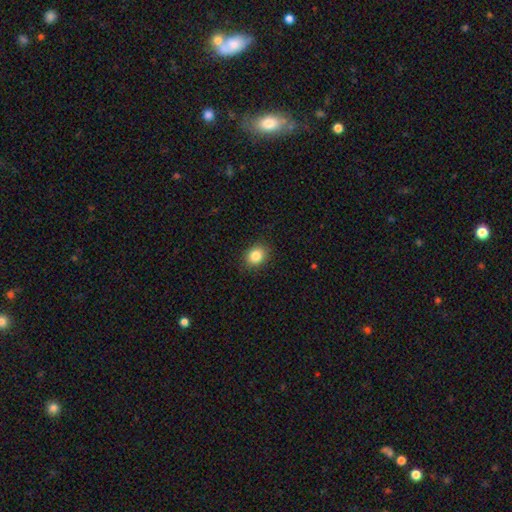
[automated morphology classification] Smooth or featured? Predicted: smooth (p=0.85). How rounded? Predicted: round (p=0.50). Merging? Predicted: none (p=0.89).